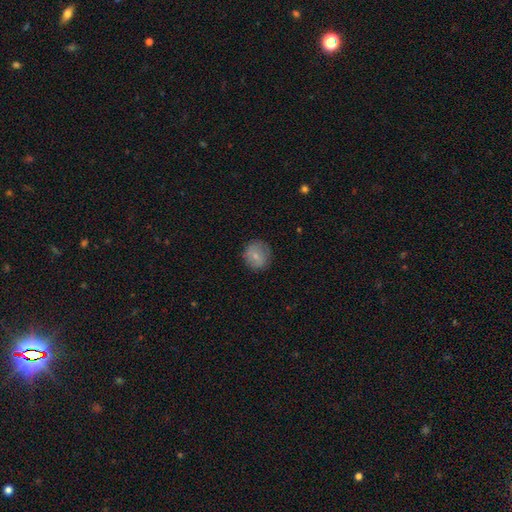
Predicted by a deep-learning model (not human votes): The model was most divided on "smooth or featured": smooth: 75%, featured or disk: 17%, star or artifact: 8%. More confident: how rounded — round (85%); merging — none (82%).